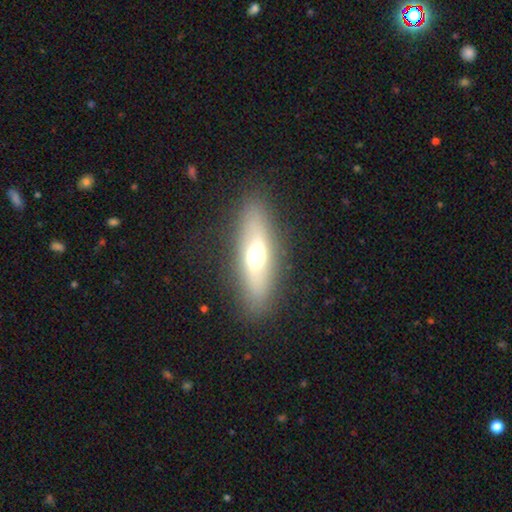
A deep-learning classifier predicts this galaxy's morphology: smooth-or-featured: smooth: 49% | featured or disk: 44% | star or artifact: 7%
  merging: none: 86% | minor disturbance: 10% | major disturbance: 3% | merger: 1%